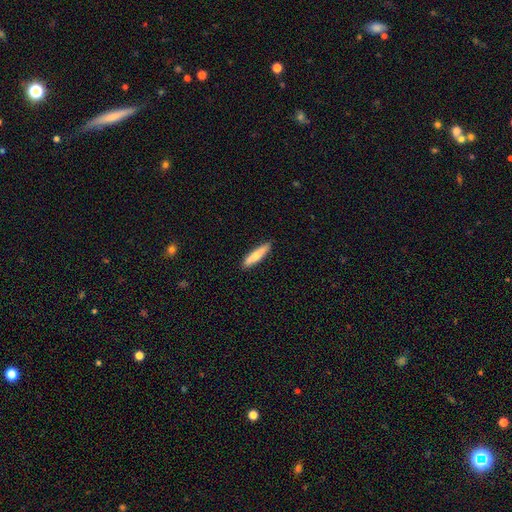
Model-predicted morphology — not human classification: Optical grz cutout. It shows a smooth galaxy with no disk features (69%) that is cigar-shaped (83%). Merging: none (88%).